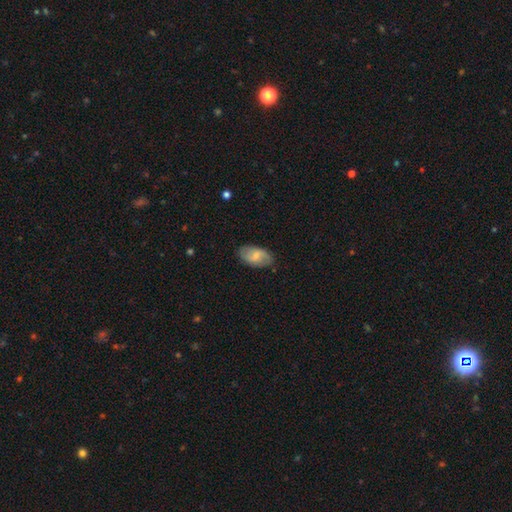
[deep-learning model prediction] smooth-or-featured: smooth: 63% | featured or disk: 30% | star or artifact: 6%
  how-rounded: in between: 94% | round: 4% | cigar-shaped: 2%
  merging: none: 82% | minor disturbance: 14% | major disturbance: 3% | merger: 1%